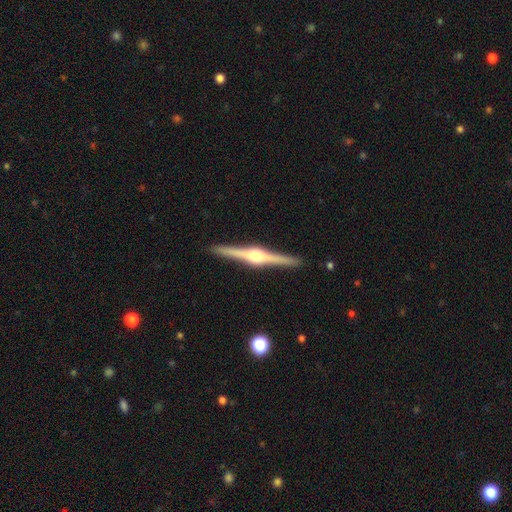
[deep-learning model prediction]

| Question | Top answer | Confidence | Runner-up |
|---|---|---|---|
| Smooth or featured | featured or disk | 87% | smooth (8%) |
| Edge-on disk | yes | 99% | no (1%) |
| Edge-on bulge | rounded | 93% | boxy (5%) |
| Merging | none | 93% | minor disturbance (5%) |